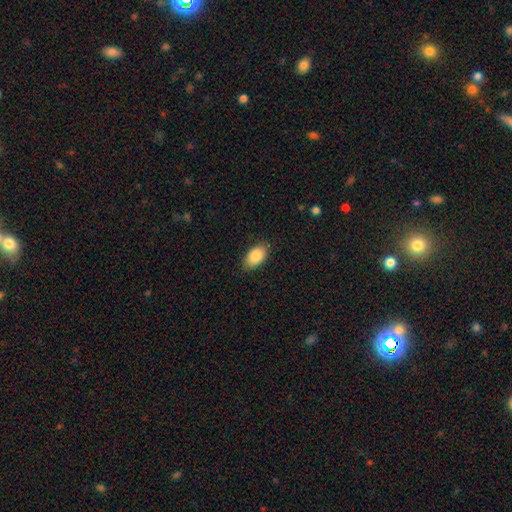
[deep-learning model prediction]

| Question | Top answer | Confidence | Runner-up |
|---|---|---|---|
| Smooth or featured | smooth | 88% | star or artifact (7%) |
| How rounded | in between | 93% | round (5%) |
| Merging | none | 84% | minor disturbance (12%) |